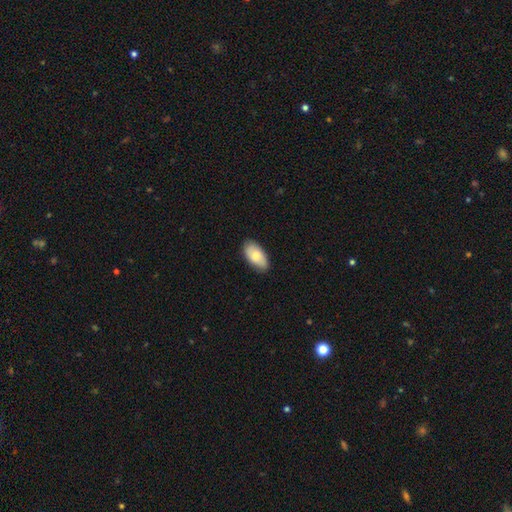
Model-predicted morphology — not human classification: smooth-or-featured: smooth: 78% | featured or disk: 16% | star or artifact: 6%
  how-rounded: in between: 95% | round: 3% | cigar-shaped: 3%
  merging: none: 84% | minor disturbance: 13% | major disturbance: 2% | merger: 1%